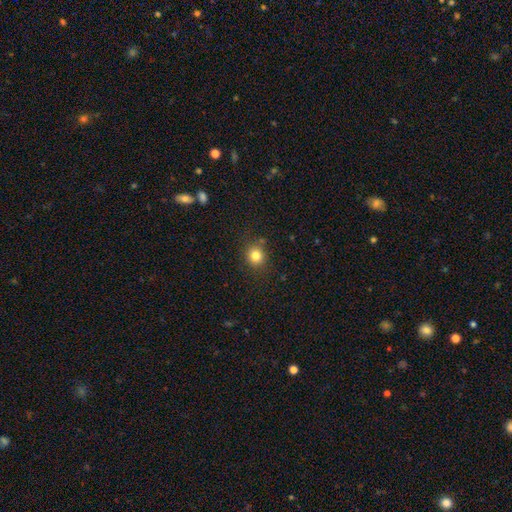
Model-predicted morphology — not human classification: Overall: smooth (82%). How rounded: round (88%). Merging: none (84%).